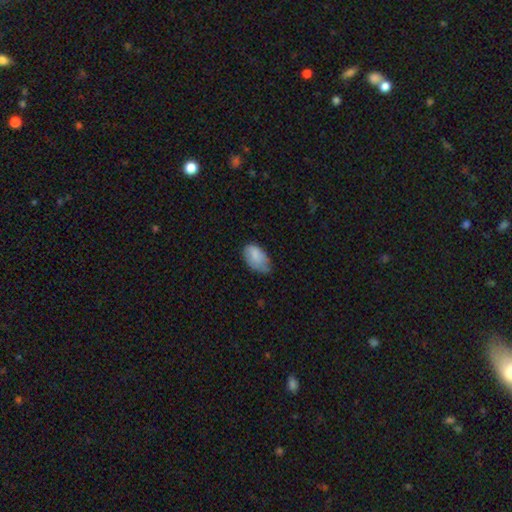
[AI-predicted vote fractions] Morphology: type=smooth (81%); roundness=in between (92%); merging=minor disturbance (48%).